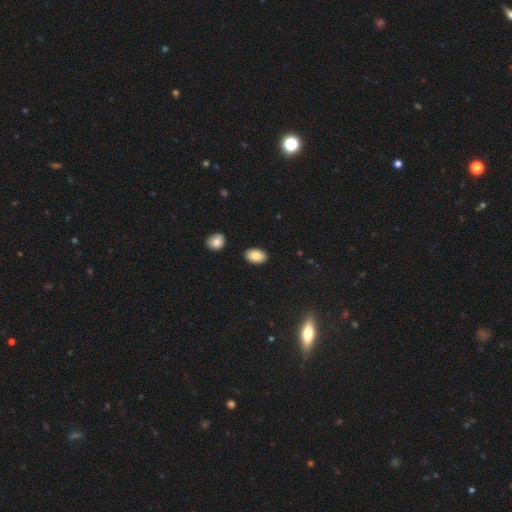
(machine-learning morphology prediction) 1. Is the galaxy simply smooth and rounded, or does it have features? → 88% smooth, 7% star or artifact, 5% featured or disk.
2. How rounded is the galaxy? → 92% in between, 7% round, 1% cigar-shaped.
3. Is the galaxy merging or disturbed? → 88% none, 8% minor disturbance, 2% merger, 2% major disturbance.